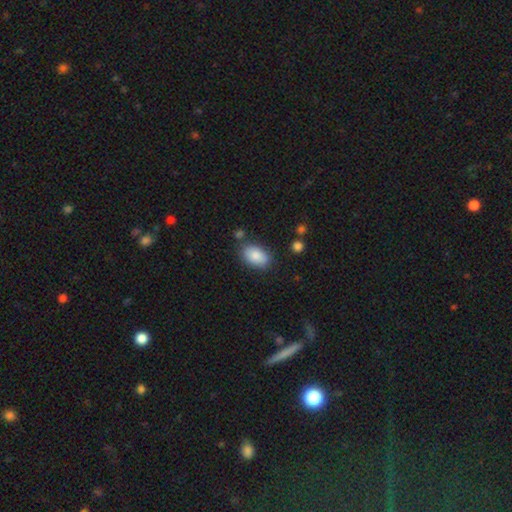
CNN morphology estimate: A smooth galaxy with no disk features (86%) that is in between round and cigar-shaped (91%). Merging: none (76%).